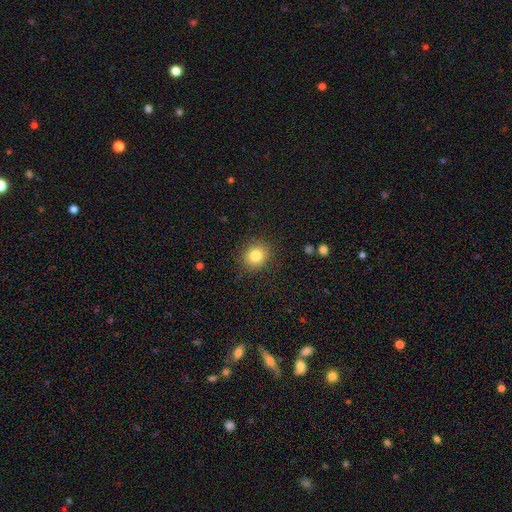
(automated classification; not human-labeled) A smooth galaxy with no disk features (82%) that is round (75%).

Vote fractions:
- Smooth or featured? smooth: 82% / star or artifact: 10% / featured or disk: 8%
- How rounded? round: 75% / in between: 24% / cigar-shaped: 1%
- Merging? none: 87% / minor disturbance: 9% / major disturbance: 3% / merger: 1%